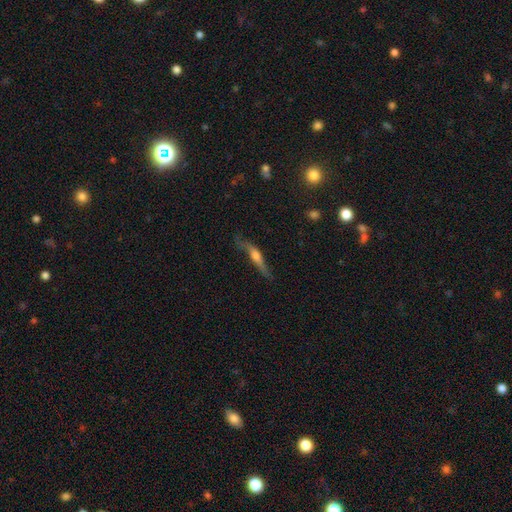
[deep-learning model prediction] Smooth or featured?
  - featured or disk: 60% *
  - smooth: 34%
  - star or artifact: 7%
Edge-on disk?
  - yes: 86% *
  - no: 14%
Edge-on bulge?
  - rounded: 82% *
  - boxy: 10%
  - none: 8%
Merging?
  - none: 59% *
  - minor disturbance: 26%
  - major disturbance: 12%
  - merger: 3%